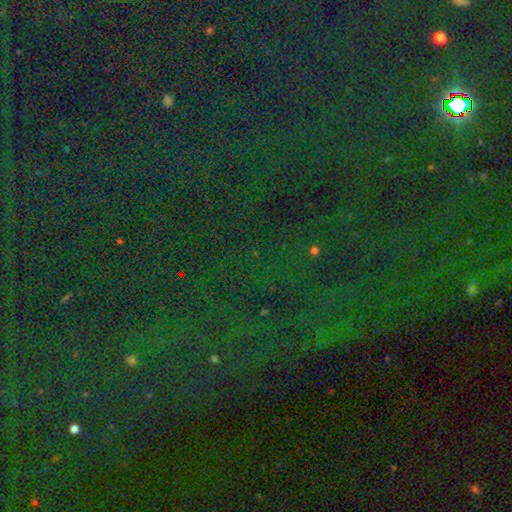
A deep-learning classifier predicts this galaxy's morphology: Smooth or featured?
  - star or artifact: 81% *
  - smooth: 10%
  - featured or disk: 8%